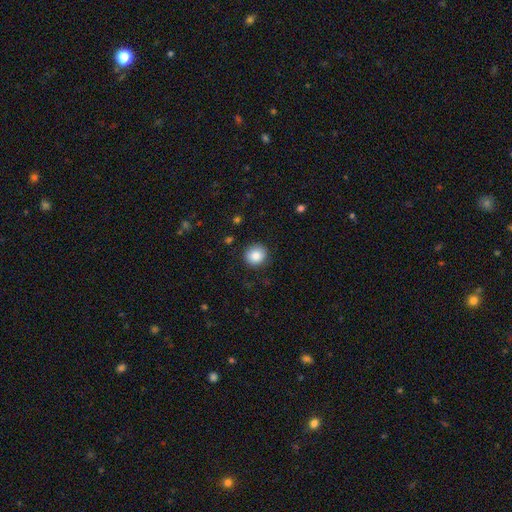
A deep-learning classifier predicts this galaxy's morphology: Overall: smooth (86%). How rounded: round (86%). Merging: none (89%).